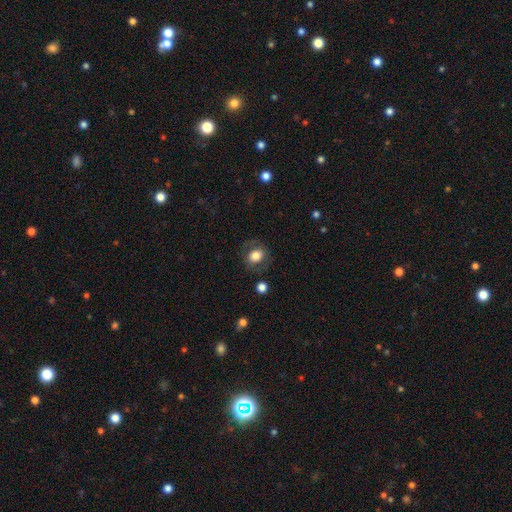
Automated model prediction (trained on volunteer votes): A smooth galaxy with no disk features (73%) that is round (58%).

Vote fractions:
- Smooth or featured? smooth: 73% / featured or disk: 18% / star or artifact: 8%
- How rounded? round: 58% / in between: 41% / cigar-shaped: 1%
- Merging? none: 77% / minor disturbance: 13% / major disturbance: 8% / merger: 2%